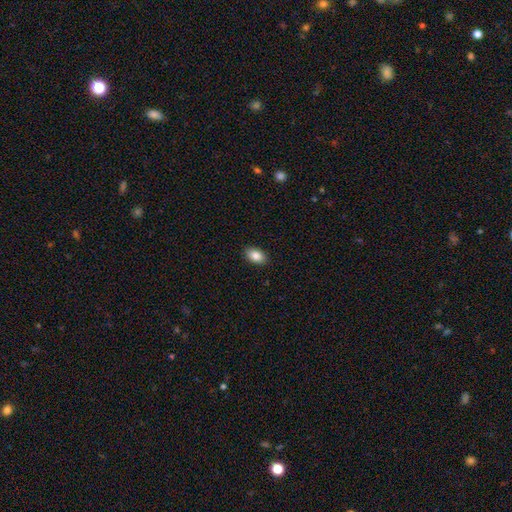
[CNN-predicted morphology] A smooth galaxy with no disk features (87%) that is in between round and cigar-shaped (90%). Merging: none (90%).